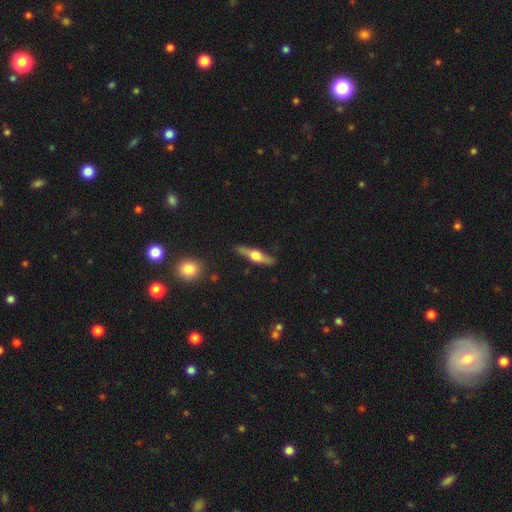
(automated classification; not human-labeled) Smooth or featured: featured or disk — 69% (smooth — 25%)
Edge-on disk: yes — 95% (no — 5%)
Edge-on bulge: rounded — 94% (boxy — 4%)
Merging: none — 85% (minor disturbance — 11%)